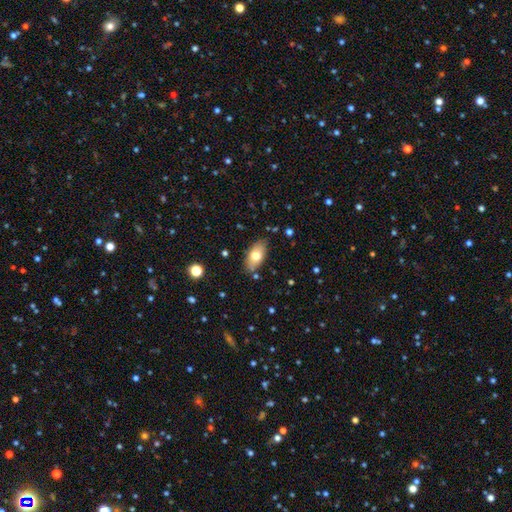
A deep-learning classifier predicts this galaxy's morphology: Smooth or featured? Predicted: smooth (p=0.72). How rounded? Predicted: in between (p=0.91). Merging? Predicted: none (p=0.82).